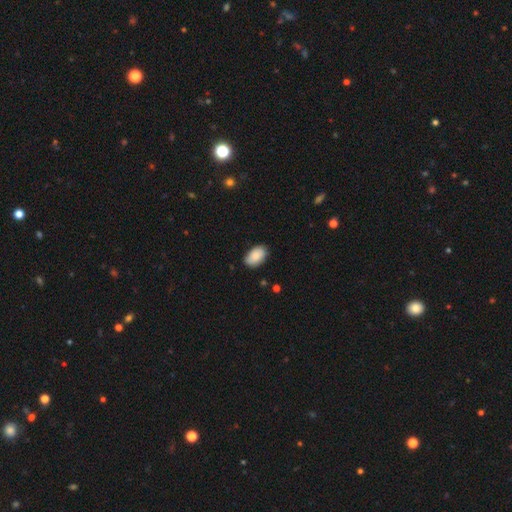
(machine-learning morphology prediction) The model was most divided on "merging": none: 81%, minor disturbance: 15%, major disturbance: 2%, merger: 1%. More confident: how rounded — in between (93%); smooth or featured — smooth (87%).